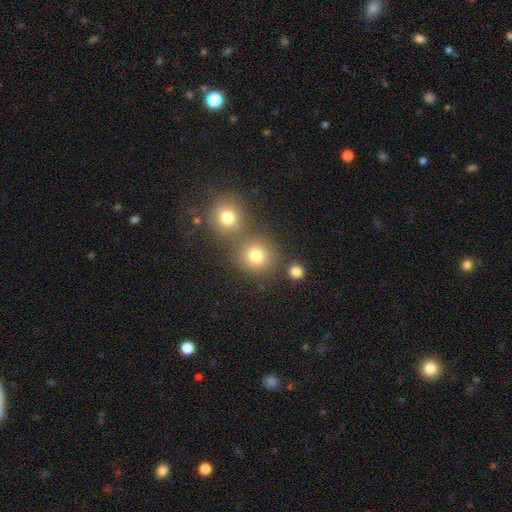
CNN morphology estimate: smooth 79%, star or artifact 14%, featured or disk 7%. Down the decision tree: how rounded — round (88%); merging — none (61%).